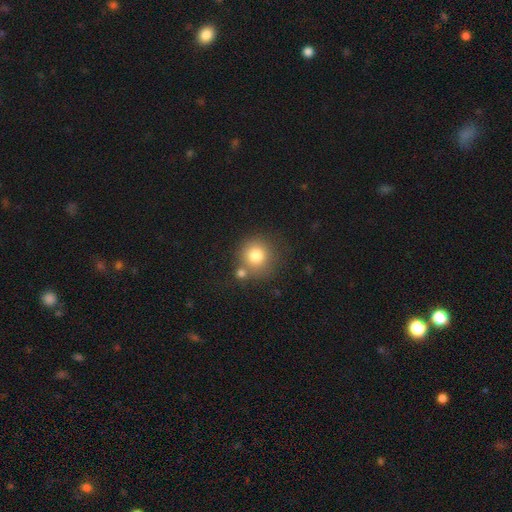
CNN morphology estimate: The model was most divided on "merging": none: 64%, merger: 20%, minor disturbance: 12%, major disturbance: 5%. More confident: how rounded — round (91%); smooth or featured — smooth (80%).